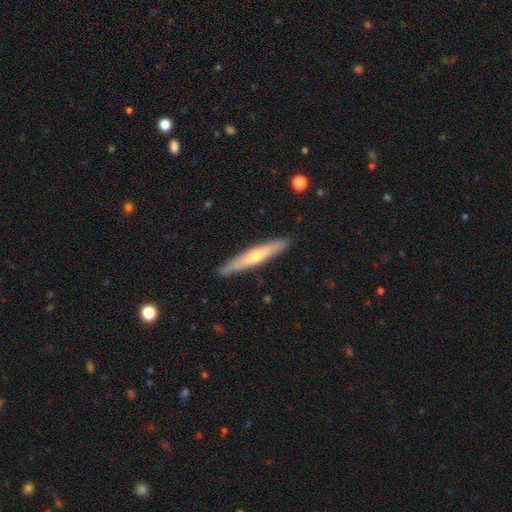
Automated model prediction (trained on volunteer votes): Smooth or featured: featured or disk — 54% (smooth — 41%)
Edge-on disk: yes — 90% (no — 10%)
Merging: none — 89% (minor disturbance — 8%)